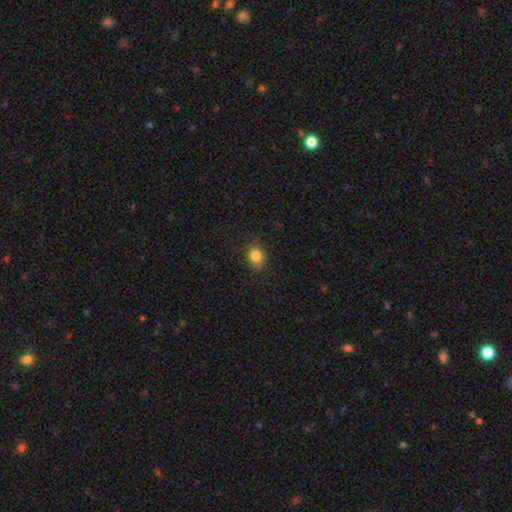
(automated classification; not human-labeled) Q: Smooth or featured?
A: smooth (83%); runner-up: star or artifact (11%)
Q: How rounded?
A: round (58%); runner-up: in between (41%)
Q: Merging?
A: none (83%); runner-up: minor disturbance (13%)